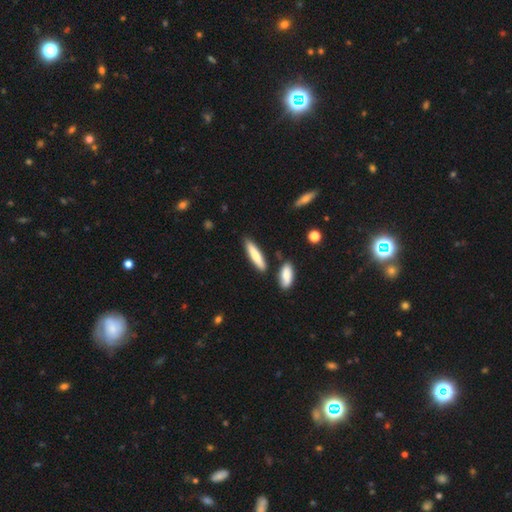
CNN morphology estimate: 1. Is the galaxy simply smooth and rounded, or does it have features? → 74% smooth, 20% featured or disk, 6% star or artifact.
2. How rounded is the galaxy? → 80% cigar-shaped, 18% in between, 2% round.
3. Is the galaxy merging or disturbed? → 83% none, 10% minor disturbance, 5% merger, 2% major disturbance.